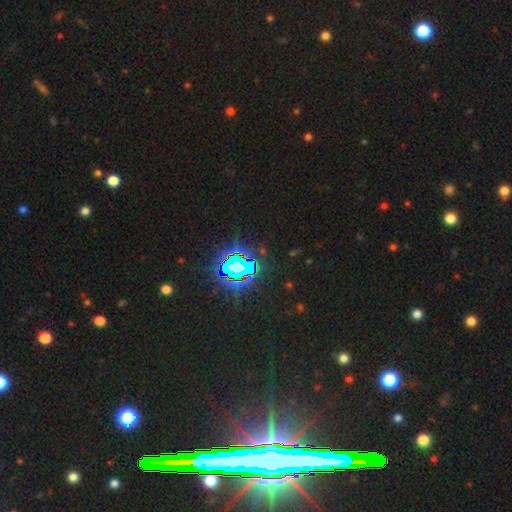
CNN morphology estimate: Q: Smooth or featured?
A: star or artifact (80%); runner-up: smooth (11%)